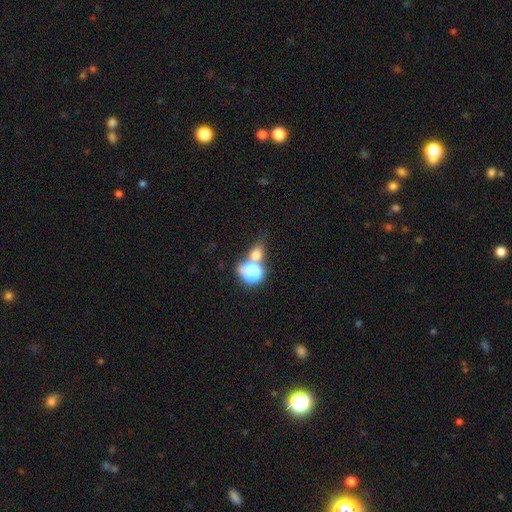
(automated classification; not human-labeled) Smooth or featured?
  - smooth: 68% *
  - star or artifact: 22%
  - featured or disk: 10%
How rounded?
  - round: 55% *
  - in between: 42%
  - cigar-shaped: 2%
Merging?
  - none: 48% *
  - merger: 38%
  - minor disturbance: 9%
  - major disturbance: 5%